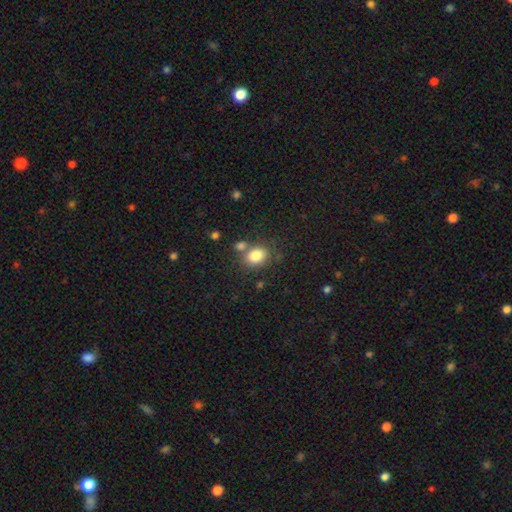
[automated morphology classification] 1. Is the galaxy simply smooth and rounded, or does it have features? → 82% smooth, 10% star or artifact, 8% featured or disk.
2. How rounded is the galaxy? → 55% in between, 44% round, 1% cigar-shaped.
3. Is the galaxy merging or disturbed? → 64% none, 19% merger, 12% minor disturbance, 4% major disturbance.